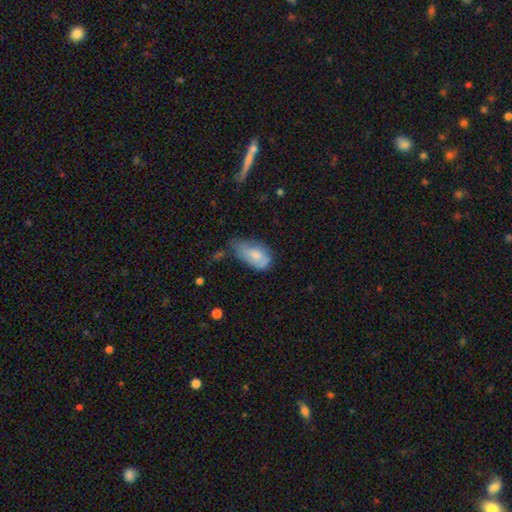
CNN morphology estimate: A smooth galaxy with no disk features (70%) that is in between round and cigar-shaped (92%).

Vote fractions:
- Smooth or featured? smooth: 70% / featured or disk: 24% / star or artifact: 7%
- How rounded? in between: 92% / round: 5% / cigar-shaped: 3%
- Merging? minor disturbance: 45% / none: 32% / major disturbance: 19% / merger: 4%